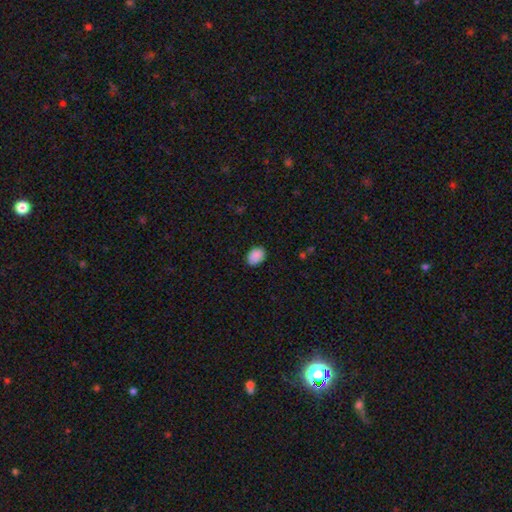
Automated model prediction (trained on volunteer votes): Smooth or featured? Predicted: smooth (p=0.90). How rounded? Predicted: in between (p=0.77). Merging? Predicted: none (p=0.85).